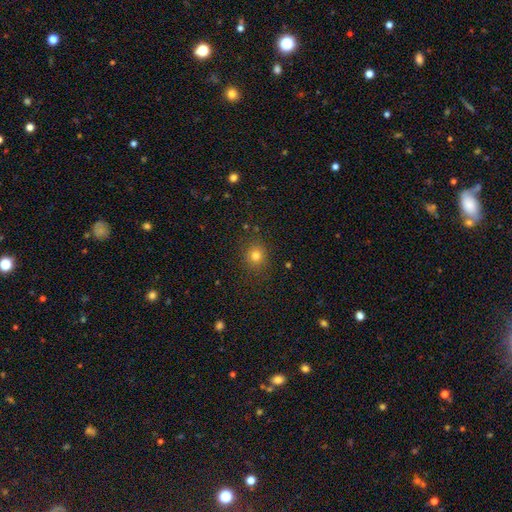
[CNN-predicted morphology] This appears to be a smooth galaxy with no disk features (78%) that is round (83%). Merging: none (85%).